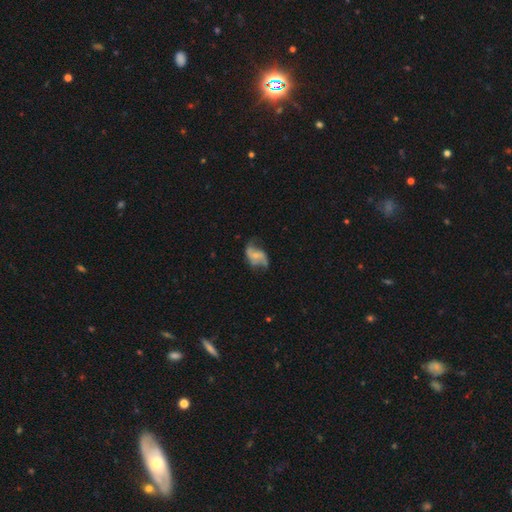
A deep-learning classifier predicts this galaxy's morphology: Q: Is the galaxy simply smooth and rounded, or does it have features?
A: featured or disk — 76%.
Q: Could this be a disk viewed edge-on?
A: no — 97%.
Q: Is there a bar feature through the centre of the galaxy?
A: no — 52%.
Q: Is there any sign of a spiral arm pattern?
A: yes — 90%.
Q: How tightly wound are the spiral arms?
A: loose — 62%.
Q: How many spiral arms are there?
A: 2 — 84%.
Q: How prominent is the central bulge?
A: small — 57%.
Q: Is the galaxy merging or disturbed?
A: none — 56%.